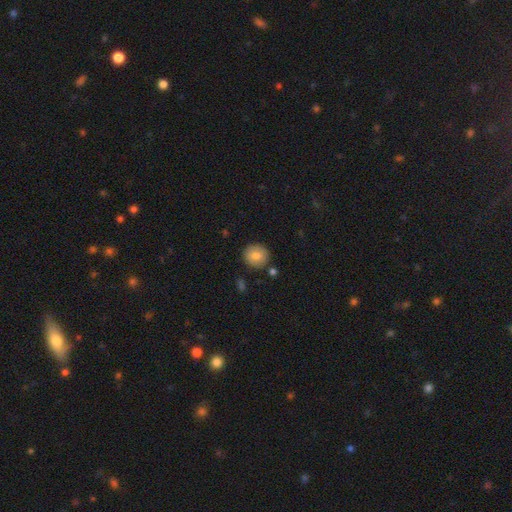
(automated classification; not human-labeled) A smooth galaxy with no disk features (81%) that is round (93%). Merging: none (87%).